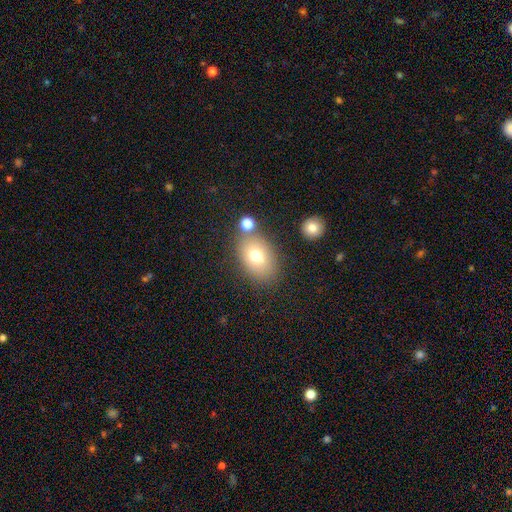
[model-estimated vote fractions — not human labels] smooth 72%, featured or disk 17%, star or artifact 11%. Down the decision tree: how rounded — in between (78%); merging — none (70%).